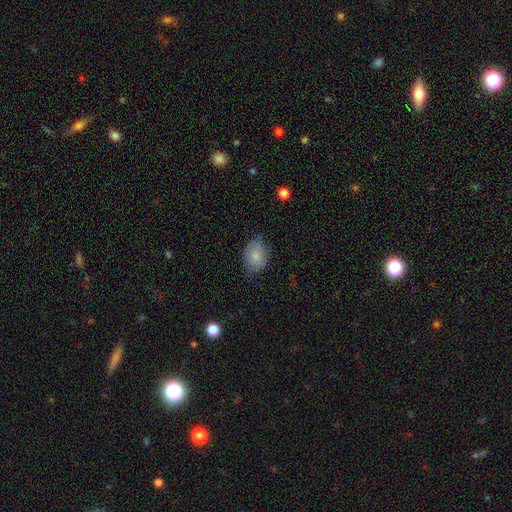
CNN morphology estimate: Smooth or featured? Predicted: smooth (p=0.80). How rounded? Predicted: in between (p=0.69). Merging? Predicted: none (p=0.66).